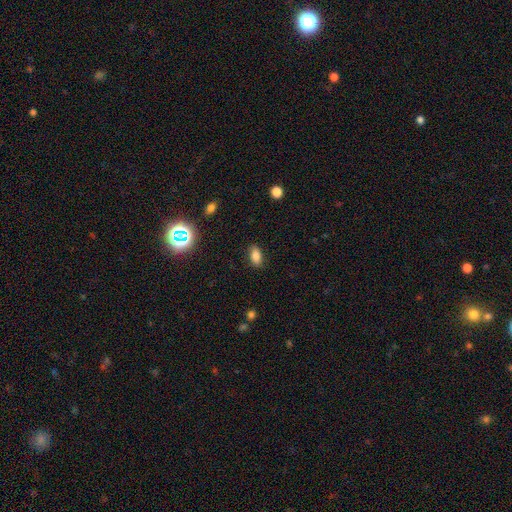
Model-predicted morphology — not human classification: smooth 81%, star or artifact 11%, featured or disk 7%. Down the decision tree: how rounded — in between (89%); merging — none (86%).